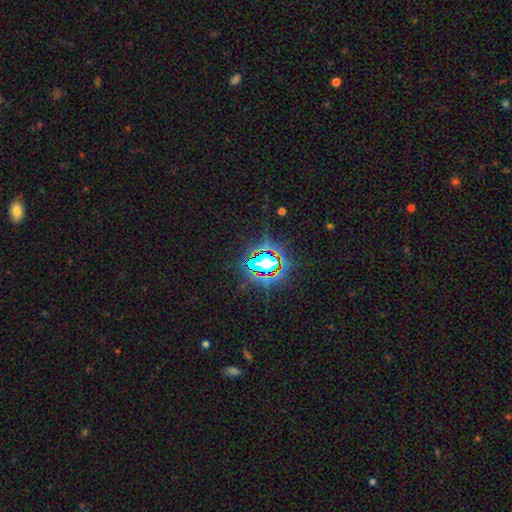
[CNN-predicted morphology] Overall: star or artifact (83%).